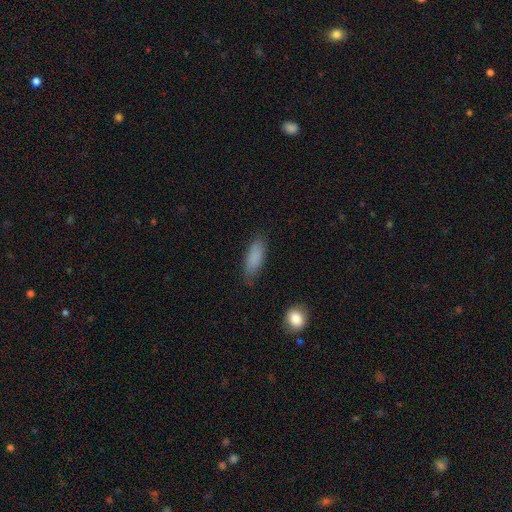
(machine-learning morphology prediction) A smooth galaxy with no disk features (87%) that is in between round and cigar-shaped (72%).

Vote fractions:
- Smooth or featured? smooth: 87% / star or artifact: 7% / featured or disk: 7%
- How rounded? in between: 72% / cigar-shaped: 26% / round: 2%
- Merging? none: 80% / minor disturbance: 16% / major disturbance: 3% / merger: 2%